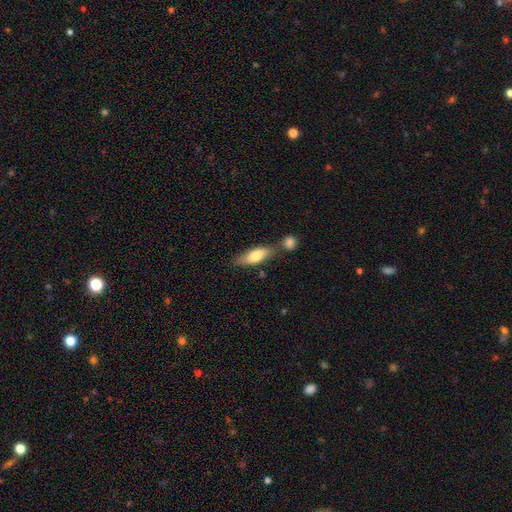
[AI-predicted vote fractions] The model was most divided on "how rounded": in between: 64%, cigar-shaped: 33%, round: 3%. More confident: smooth or featured — smooth (69%); merging — none (59%).